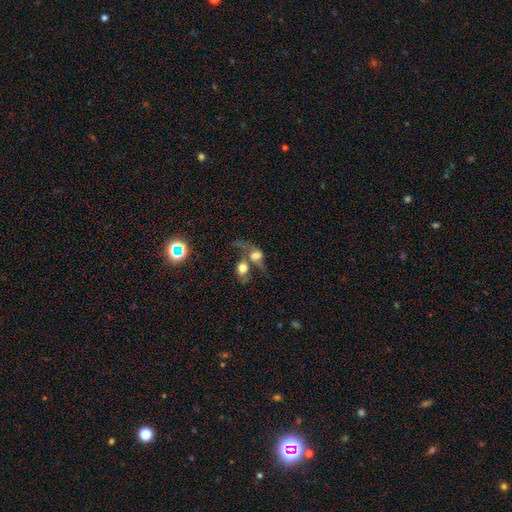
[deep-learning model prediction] This appears to be a smooth galaxy with no disk features (49%). Merging: merger (69%).